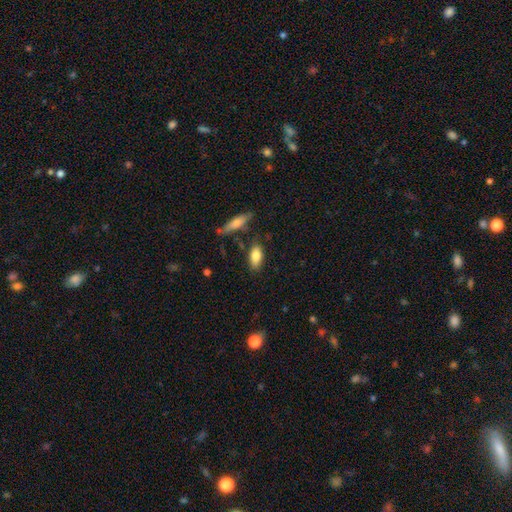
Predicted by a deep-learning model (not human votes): Morphology: type=smooth (82%); roundness=in between (86%); merging=none (77%).